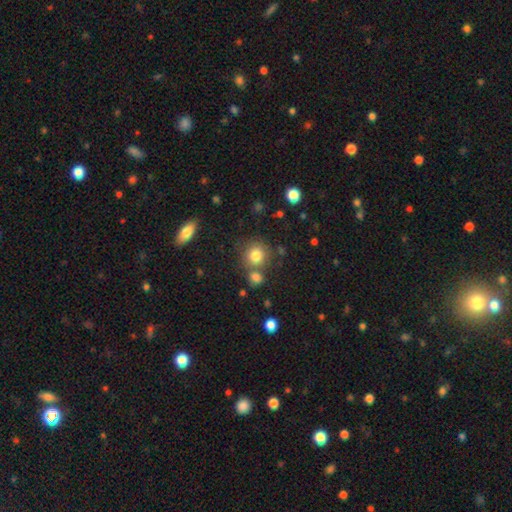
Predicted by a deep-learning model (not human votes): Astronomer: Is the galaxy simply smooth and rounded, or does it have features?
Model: smooth — 82%.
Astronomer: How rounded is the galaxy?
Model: round — 86%.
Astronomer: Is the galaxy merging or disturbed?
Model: none — 68%.